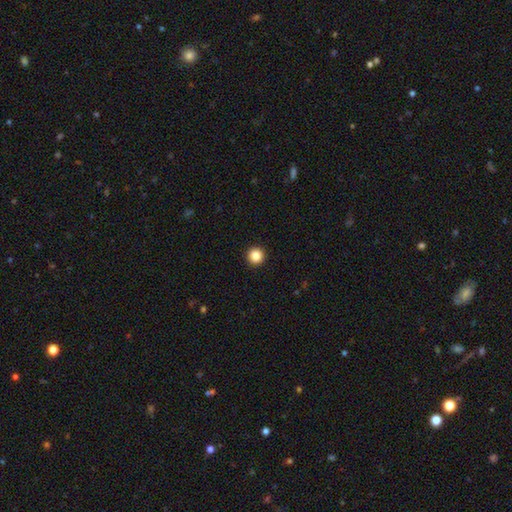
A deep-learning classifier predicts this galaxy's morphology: A smooth galaxy with no disk features (86%) that is round (96%). Merging: none (94%).